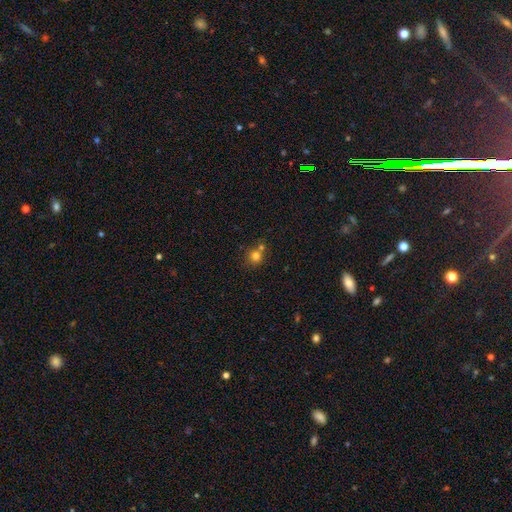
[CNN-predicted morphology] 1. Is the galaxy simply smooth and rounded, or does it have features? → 78% smooth, 14% star or artifact, 8% featured or disk.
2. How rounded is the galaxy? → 89% round, 10% in between, 1% cigar-shaped.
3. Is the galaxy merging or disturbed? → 61% none, 28% merger, 8% minor disturbance, 3% major disturbance.